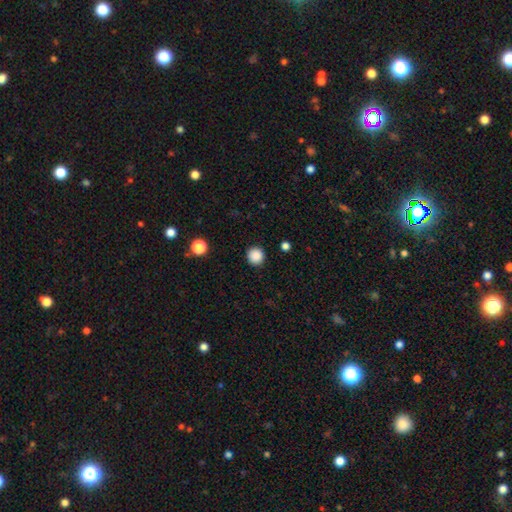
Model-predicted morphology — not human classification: Smooth or featured: smooth — 88% (star or artifact — 10%)
How rounded: round — 95% (in between — 4%)
Merging: none — 92% (minor disturbance — 5%)